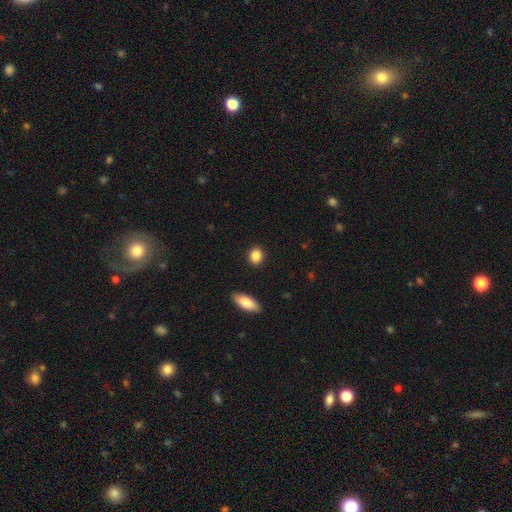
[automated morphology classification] Q: Smooth or featured?
A: smooth (87%); runner-up: star or artifact (8%)
Q: How rounded?
A: round (66%); runner-up: in between (32%)
Q: Merging?
A: none (90%); runner-up: minor disturbance (6%)